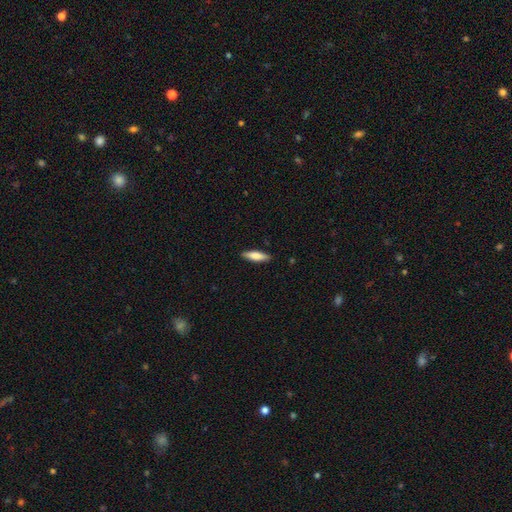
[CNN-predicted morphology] A smooth galaxy with no disk features (76%) that is cigar-shaped (63%). Merging: none (89%).